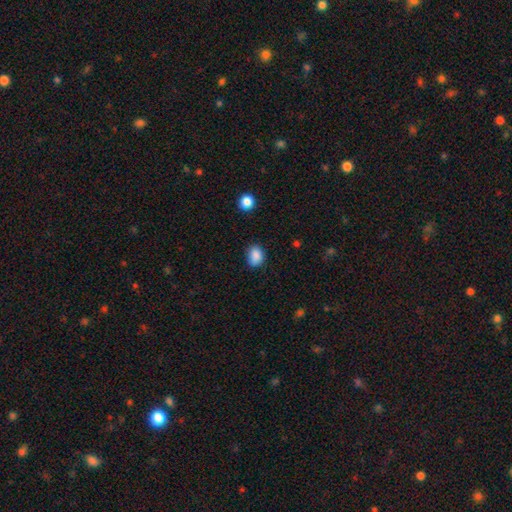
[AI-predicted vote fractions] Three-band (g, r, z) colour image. It shows a smooth galaxy with no disk features (87%) that is in between round and cigar-shaped (63%). Merging: none (72%).